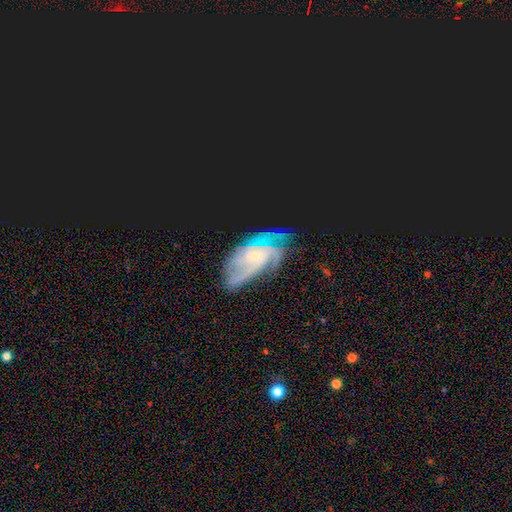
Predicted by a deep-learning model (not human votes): smooth-or-featured: featured or disk: 80% | star or artifact: 12% | smooth: 8%
  disk-edge-on: no: 95% | yes: 5%
    bar: no: 64% | weak: 27% | strong: 8%
    has-spiral-arms: yes: 98% | no: 2%
      spiral-winding: tight: 53% | medium: 38% | loose: 9%
      spiral-arm-count: 3: 33% | can't tell: 18% | 4: 17% | 2: 16% | more than 4: 8% | 1: 8%
    bulge-size: small: 78% | moderate: 15% | none: 4% | large: 2% | dominant: 1%
  merging: none: 70% | minor disturbance: 19% | major disturbance: 9% | merger: 2%